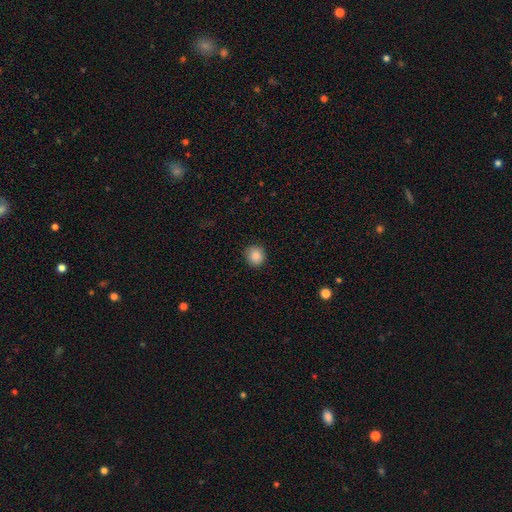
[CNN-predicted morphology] smooth 87%, star or artifact 9%, featured or disk 4%. Down the decision tree: how rounded — round (88%); merging — none (90%).